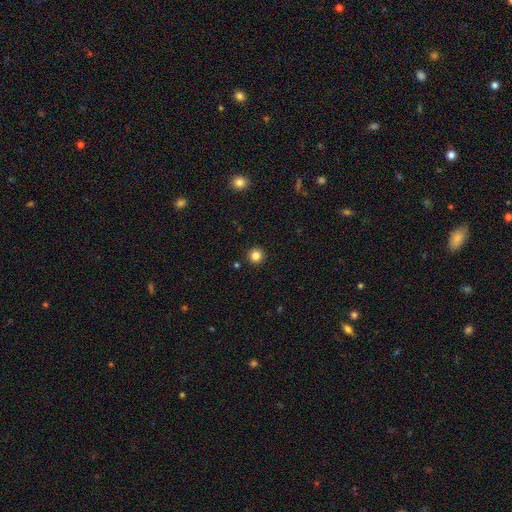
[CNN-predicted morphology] This appears to be a smooth galaxy with no disk features (84%) that is round (96%). Merging: none (93%).